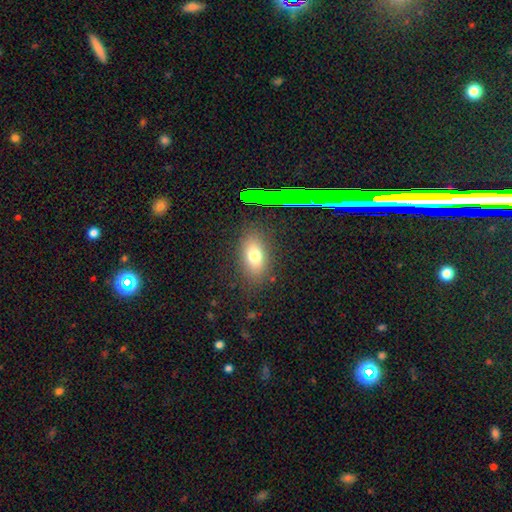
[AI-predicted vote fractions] This is likely a smooth galaxy (69%). How rounded: clearly in between (81%). Merging: clearly none (84%).